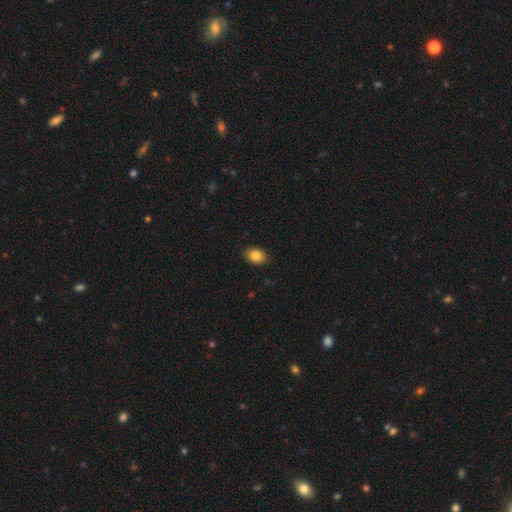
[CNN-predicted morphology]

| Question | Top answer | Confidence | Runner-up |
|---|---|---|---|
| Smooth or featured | smooth | 84% | star or artifact (8%) |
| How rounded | in between | 76% | round (23%) |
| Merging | none | 89% | minor disturbance (9%) |